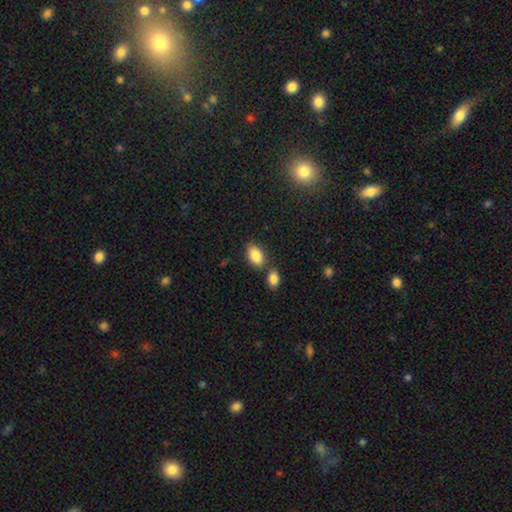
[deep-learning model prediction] smooth-or-featured: smooth: 86% | star or artifact: 7% | featured or disk: 6%
  how-rounded: in between: 90% | round: 9% | cigar-shaped: 2%
  merging: none: 66% | merger: 18% | minor disturbance: 13% | major disturbance: 3%